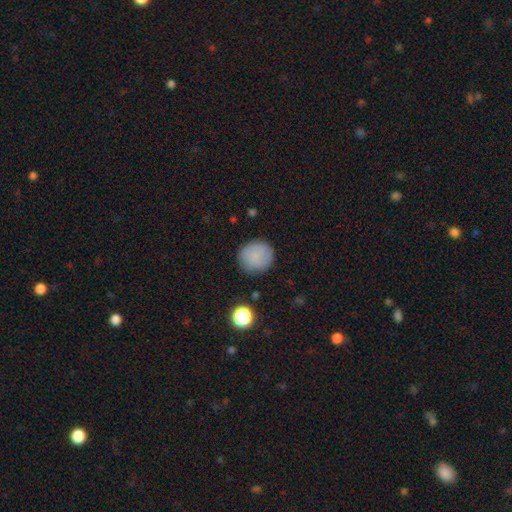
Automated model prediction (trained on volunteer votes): Smooth or featured? smooth (82%)
How rounded? round (88%)
Merging? none (82%)